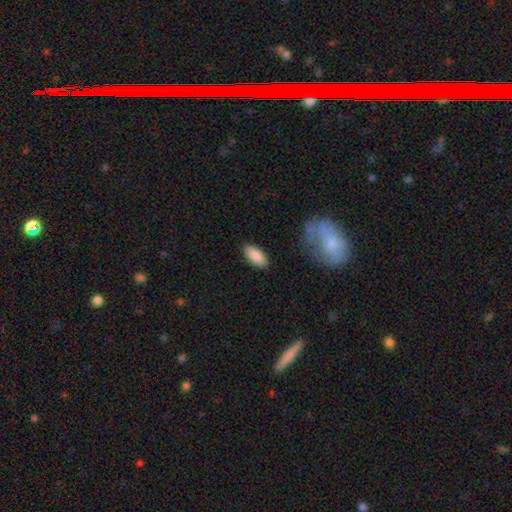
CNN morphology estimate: A smooth galaxy with no disk features (89%) that is in between round and cigar-shaped (90%).

Vote fractions:
- Smooth or featured? smooth: 89% / star or artifact: 6% / featured or disk: 5%
- How rounded? in between: 90% / cigar-shaped: 9% / round: 2%
- Merging? none: 86% / minor disturbance: 10% / major disturbance: 2% / merger: 2%